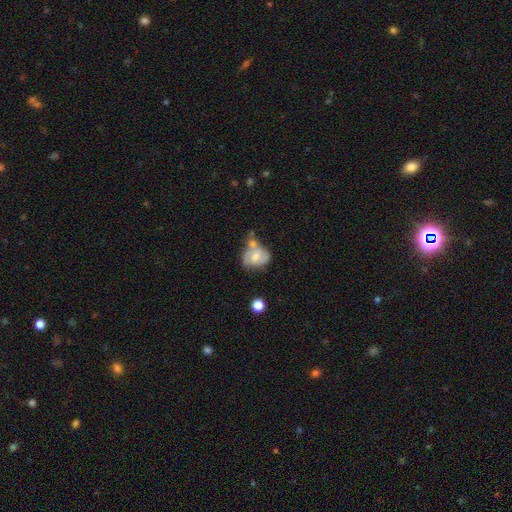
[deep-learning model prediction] A smooth galaxy with no disk features (51%) that is in between round and cigar-shaped (52%). Merging: merger (32%).